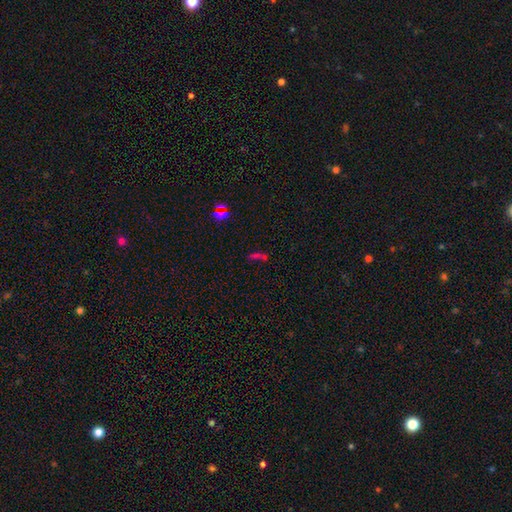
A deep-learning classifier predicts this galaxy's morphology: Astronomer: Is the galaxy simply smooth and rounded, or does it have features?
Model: star or artifact — 47% (runner-up: smooth, 40%).